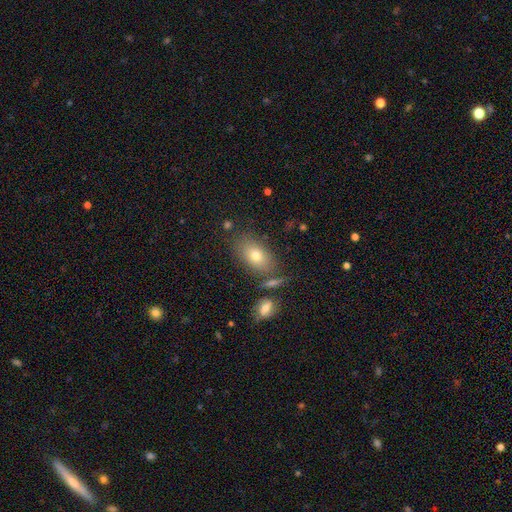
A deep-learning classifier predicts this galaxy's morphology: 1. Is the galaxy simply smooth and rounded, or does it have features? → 74% smooth, 15% featured or disk, 11% star or artifact.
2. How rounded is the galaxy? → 88% in between, 10% round, 2% cigar-shaped.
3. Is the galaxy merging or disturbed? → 73% none, 13% minor disturbance, 9% merger, 5% major disturbance.